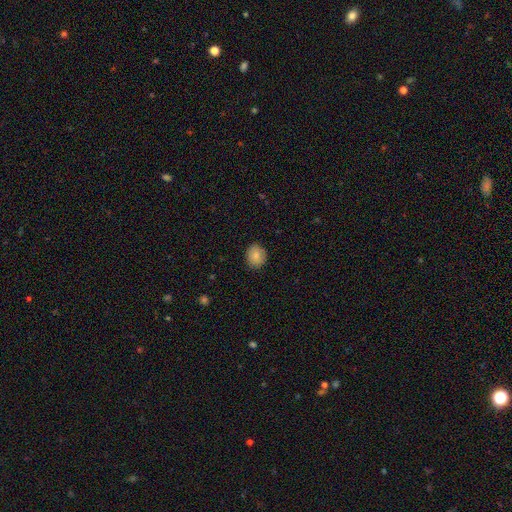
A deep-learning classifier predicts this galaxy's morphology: Smooth or featured? Predicted: smooth (p=0.87). How rounded? Predicted: round (p=0.66). Merging? Predicted: none (p=0.88).